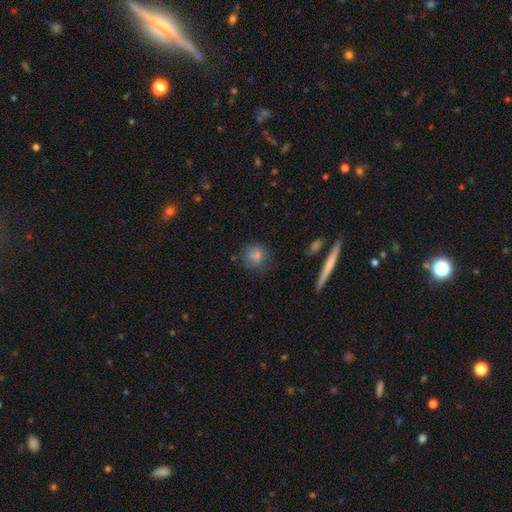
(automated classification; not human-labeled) smooth-or-featured: smooth: 82% | star or artifact: 10% | featured or disk: 8%
  how-rounded: round: 87% | in between: 11% | cigar-shaped: 1%
  merging: none: 77% | minor disturbance: 15% | major disturbance: 5% | merger: 3%